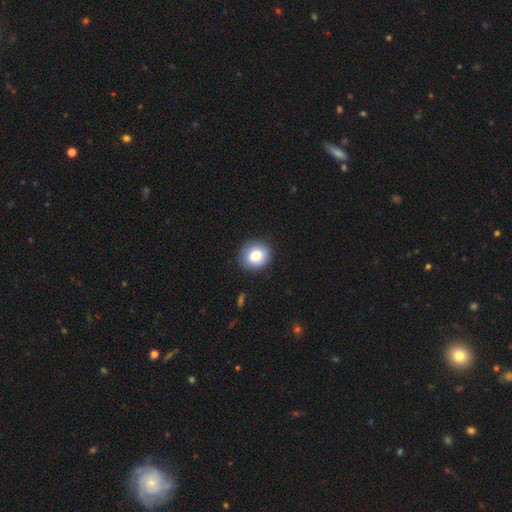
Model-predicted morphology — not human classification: Smooth or featured?
  - smooth: 82% *
  - featured or disk: 9%
  - star or artifact: 9%
How rounded?
  - round: 73% *
  - in between: 27%
  - cigar-shaped: 1%
Merging?
  - none: 87% *
  - minor disturbance: 10%
  - major disturbance: 2%
  - merger: 1%